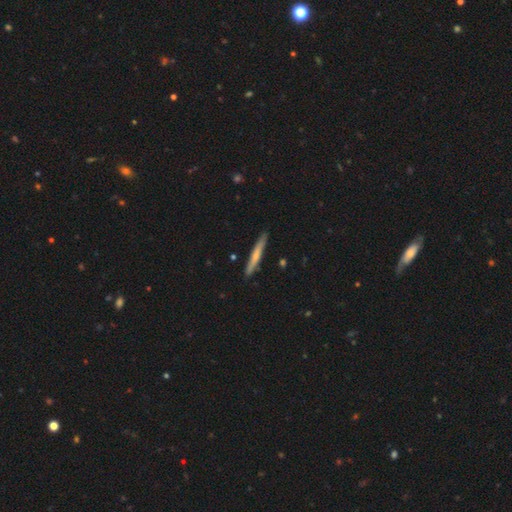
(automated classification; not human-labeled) This appears to be a smooth galaxy with no disk features (57%) that is cigar-shaped (96%). Merging: none (88%).